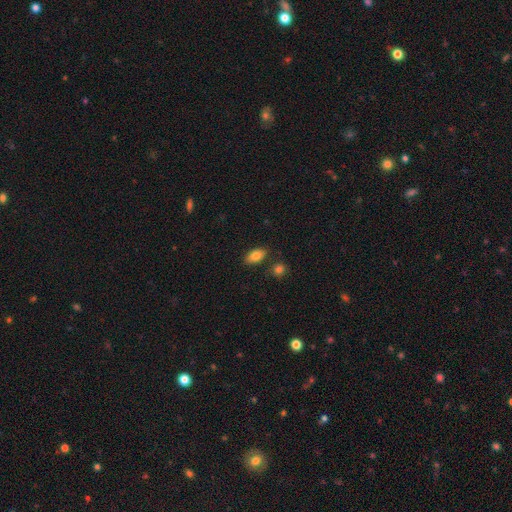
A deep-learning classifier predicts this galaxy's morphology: A smooth galaxy with no disk features (82%) that is in between round and cigar-shaped (90%). Merging: none (81%).